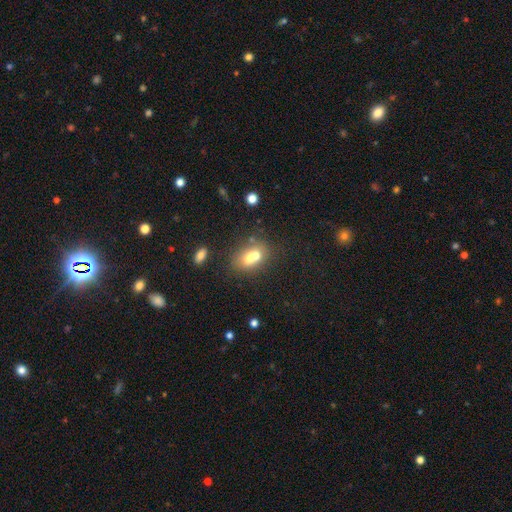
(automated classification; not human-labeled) Smooth or featured? smooth (64%)
How rounded? in between (62%)
Merging? merger (55%)